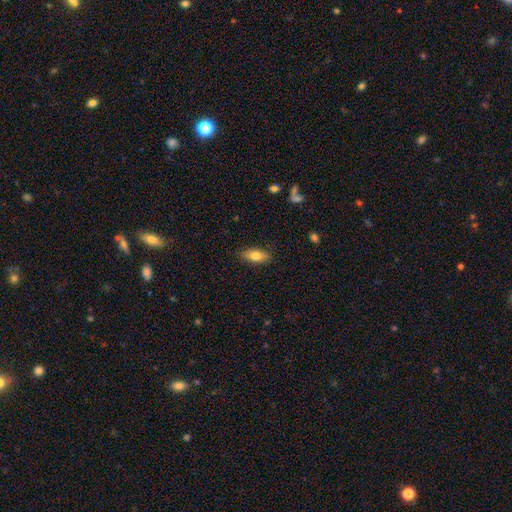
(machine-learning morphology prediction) smooth_or_featured: smooth (p=0.77) [alt: featured or disk p=0.16]
how_rounded: in between (p=0.81) [alt: cigar-shaped p=0.16]
merging: none (p=0.87) [alt: minor disturbance p=0.10]